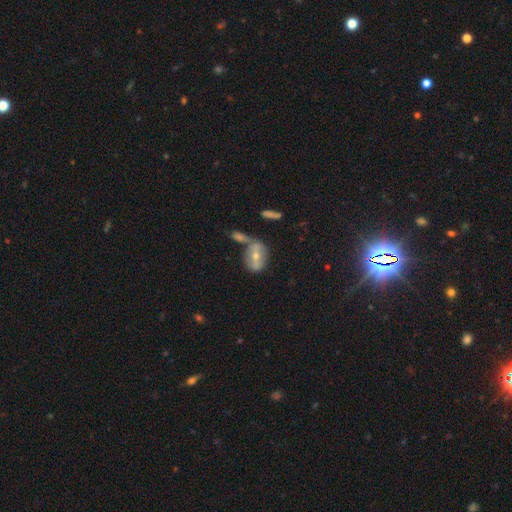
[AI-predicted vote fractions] A featured or disk galaxy (46%).

Vote fractions:
- Smooth or featured? featured or disk: 46% / smooth: 45% / star or artifact: 9%
- Merging? none: 39% / merger: 35% / minor disturbance: 16% / major disturbance: 9%